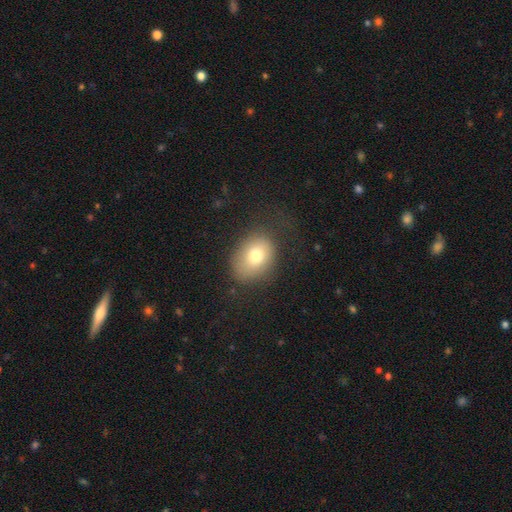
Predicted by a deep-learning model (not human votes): The model was most divided on "how rounded": in between: 68%, round: 31%, cigar-shaped: 1%. More confident: smooth or featured — smooth (75%); merging — none (67%).